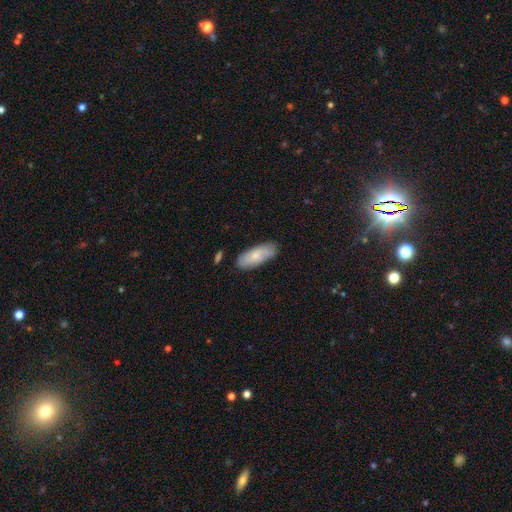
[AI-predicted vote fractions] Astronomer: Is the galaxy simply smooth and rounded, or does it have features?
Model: smooth — 66%.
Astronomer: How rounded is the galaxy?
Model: in between — 77%.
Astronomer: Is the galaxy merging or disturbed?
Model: none — 76%.